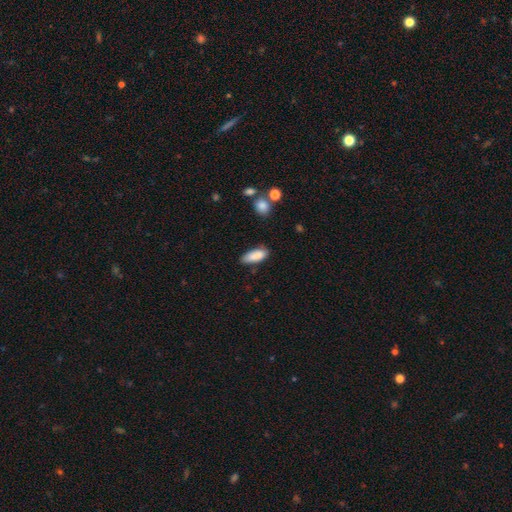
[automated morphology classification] smooth 87%, star or artifact 7%, featured or disk 6%. Down the decision tree: how rounded — in between (77%); merging — none (73%).